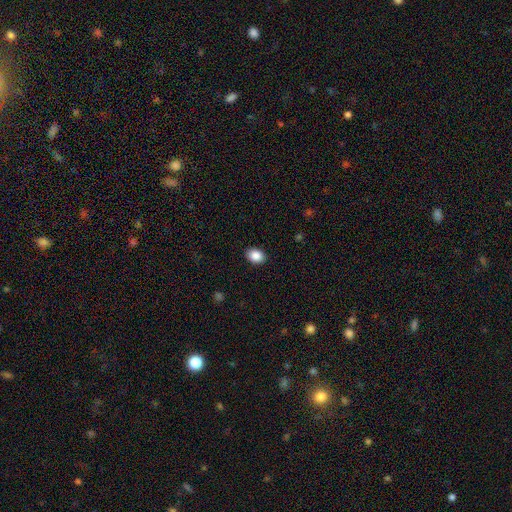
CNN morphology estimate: Overall: smooth (88%). How rounded: in between (70%). Merging: none (90%).